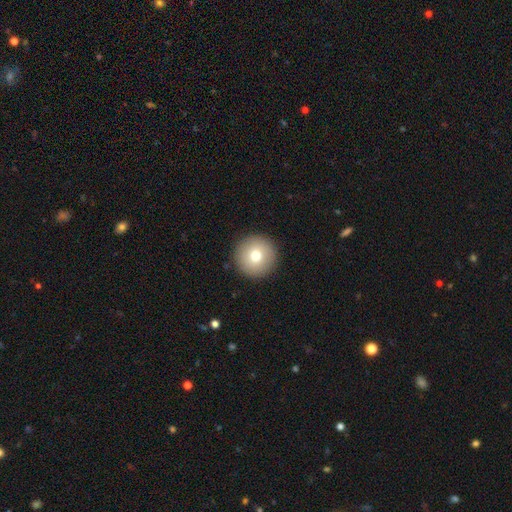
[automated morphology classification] This appears to be a smooth galaxy with no disk features (74%) that is round (97%). Merging: none (93%).